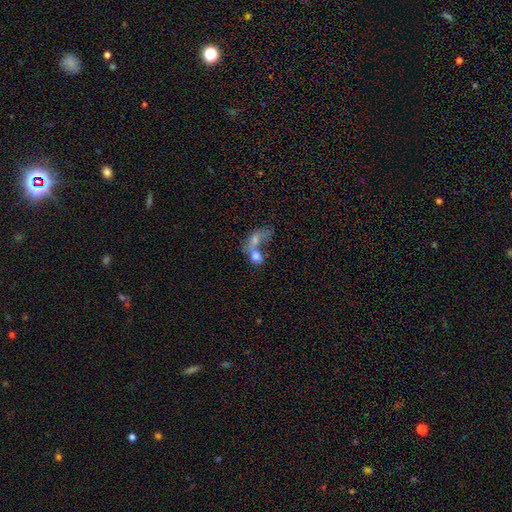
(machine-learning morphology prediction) Smooth or featured? smooth (67%)
How rounded? in between (60%)
Merging? merger (71%)